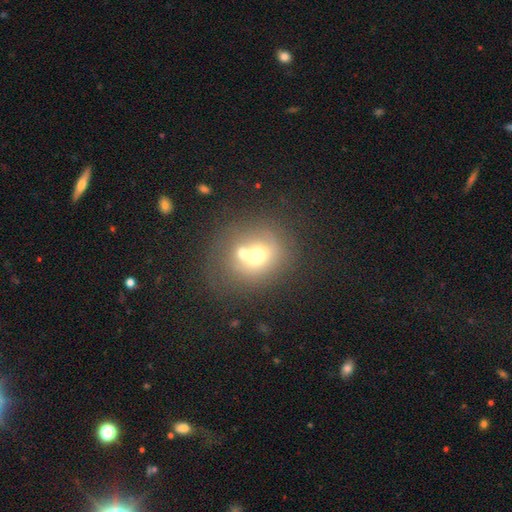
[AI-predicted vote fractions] This appears to be a smooth galaxy with no disk features (60%) that is round (74%). Merging: merger (44%).